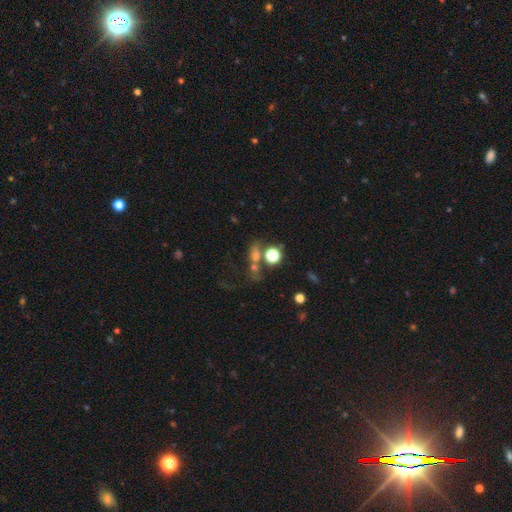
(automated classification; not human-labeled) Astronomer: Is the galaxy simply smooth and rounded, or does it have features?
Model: smooth — 46% (runner-up: star or artifact, 36%).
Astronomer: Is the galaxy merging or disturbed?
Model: none — 45% (runner-up: merger, 32%).